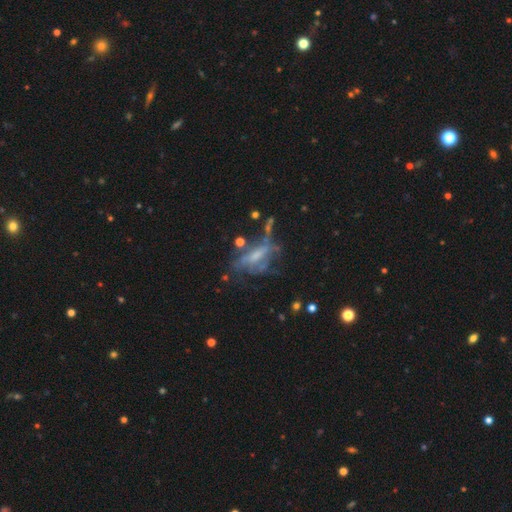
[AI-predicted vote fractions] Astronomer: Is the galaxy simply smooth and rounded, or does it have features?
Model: featured or disk — 59%.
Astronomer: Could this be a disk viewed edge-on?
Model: no — 82%.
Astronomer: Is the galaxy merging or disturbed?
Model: major disturbance — 35% (runner-up: none, 34%).